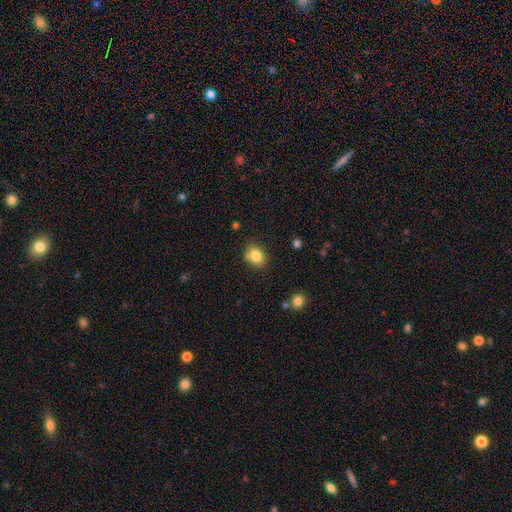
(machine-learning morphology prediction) Overall: smooth (83%). How rounded: in between (50%; round 49%). Merging: none (79%).